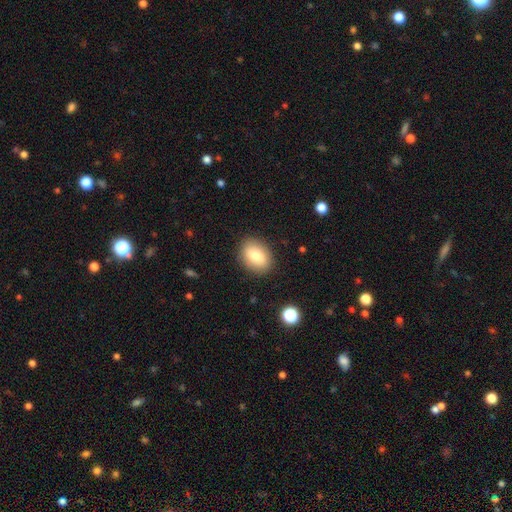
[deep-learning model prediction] This is likely a smooth galaxy (78%). How rounded: likely in between (72%). Merging: clearly none (87%).